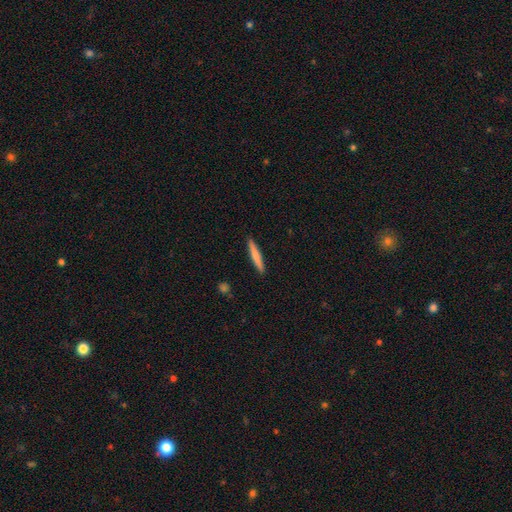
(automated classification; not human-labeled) smooth-or-featured: smooth: 70% | featured or disk: 24% | star or artifact: 5%
  how-rounded: cigar-shaped: 95% | in between: 4% | round: 1%
  merging: none: 91% | minor disturbance: 6% | major disturbance: 1% | merger: 1%